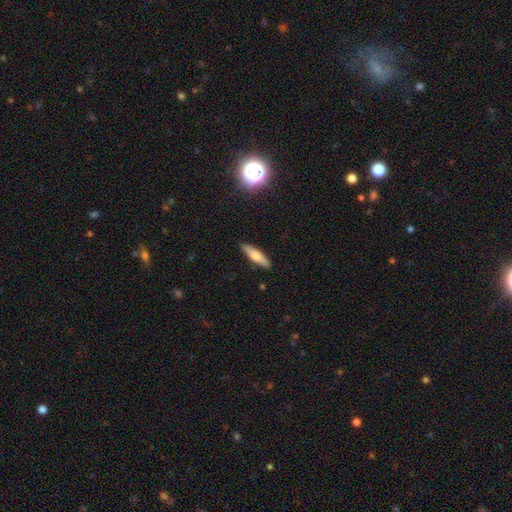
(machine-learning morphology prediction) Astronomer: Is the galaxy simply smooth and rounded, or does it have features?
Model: smooth — 67%.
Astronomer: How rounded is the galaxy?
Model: cigar-shaped — 70%.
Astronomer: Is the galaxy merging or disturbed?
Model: none — 89%.